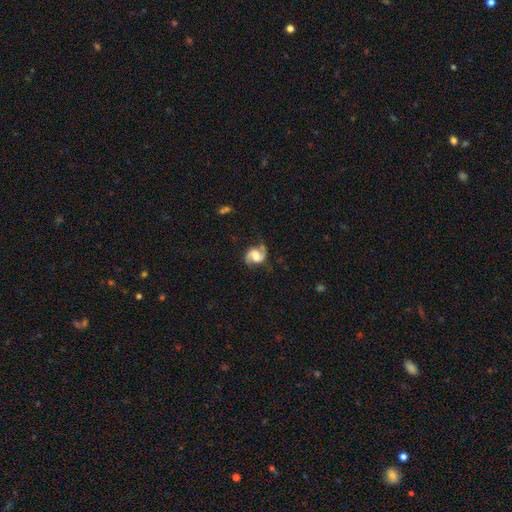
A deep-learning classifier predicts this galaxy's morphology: Overall: featured or disk (84%). Edge-on disk: no (98%). Bar: weak (45%; no 35%). Spiral arms: yes (97%). Spiral arm count: 2 (93%). Spiral winding: medium (51%; loose 33%). Bulge size: moderate (35%; large 30%). Merging: none (76%).